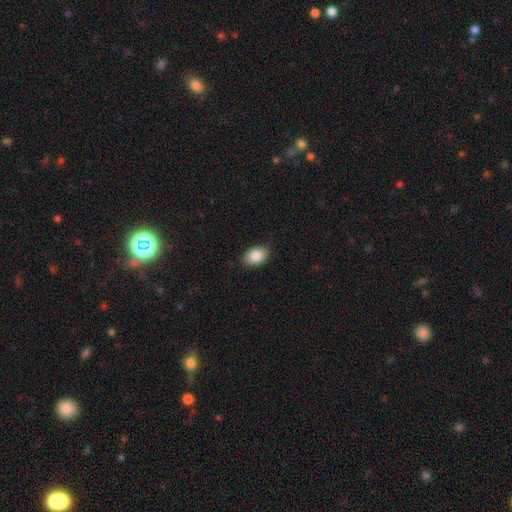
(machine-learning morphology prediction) This appears to be a smooth galaxy with no disk features (85%) that is in between round and cigar-shaped (85%). Merging: none (76%).